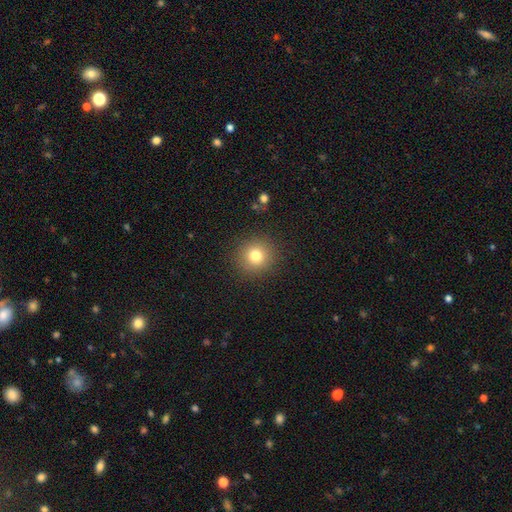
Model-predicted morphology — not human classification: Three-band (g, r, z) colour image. It shows a smooth galaxy with no disk features (78%) that is round (92%). Merging: none (90%).